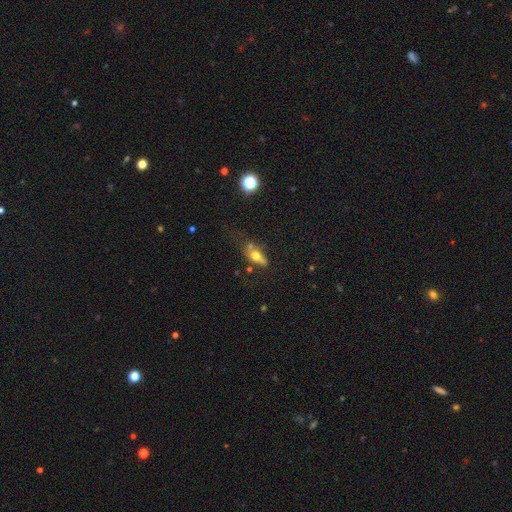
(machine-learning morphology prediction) Smooth or featured? Predicted: smooth (p=0.54). How rounded? Predicted: in between (p=0.64). Merging? Predicted: none (p=0.39).